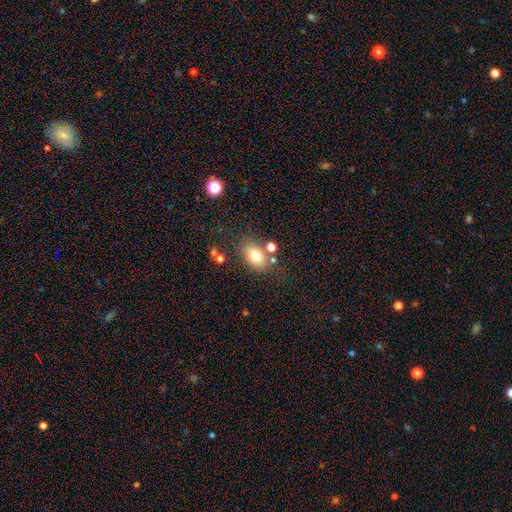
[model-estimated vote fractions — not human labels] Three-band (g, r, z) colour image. It shows a smooth galaxy with no disk features (76%) that is in between round and cigar-shaped (75%). Merging: none (68%).